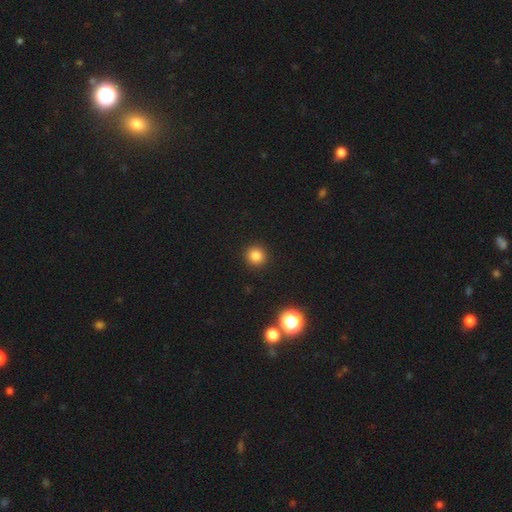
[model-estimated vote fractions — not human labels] This appears to be a smooth galaxy with no disk features (82%) that is round (94%). Merging: none (92%).